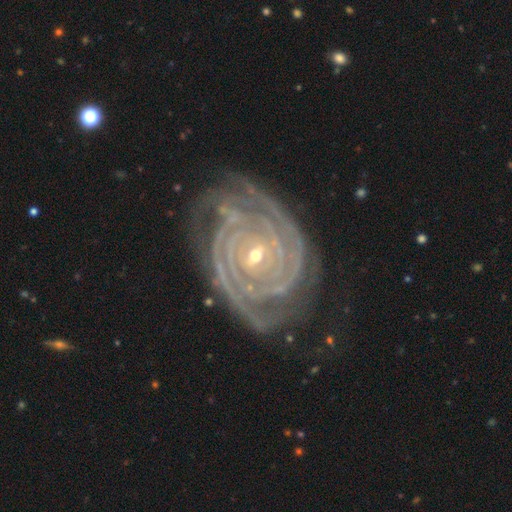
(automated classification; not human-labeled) Smooth or featured?
  - featured or disk: 92% *
  - star or artifact: 5%
  - smooth: 3%
Edge-on disk?
  - no: 97% *
  - yes: 3%
Bar?
  - no: 50% *
  - weak: 29%
  - strong: 21%
Spiral arms?
  - yes: 99% *
  - no: 1%
Spiral winding?
  - tight: 89% *
  - medium: 9%
  - loose: 2%
Spiral arm count?
  - 2: 35% *
  - 3: 18%
  - 4: 16%
  - can't tell: 14%
  - more than 4: 9%
  - 1: 7%
Bulge size?
  - small: 68% *
  - moderate: 29%
  - large: 1%
  - none: 1%
  - dominant: 1%
Merging?
  - none: 74% *
  - minor disturbance: 18%
  - major disturbance: 6%
  - merger: 2%